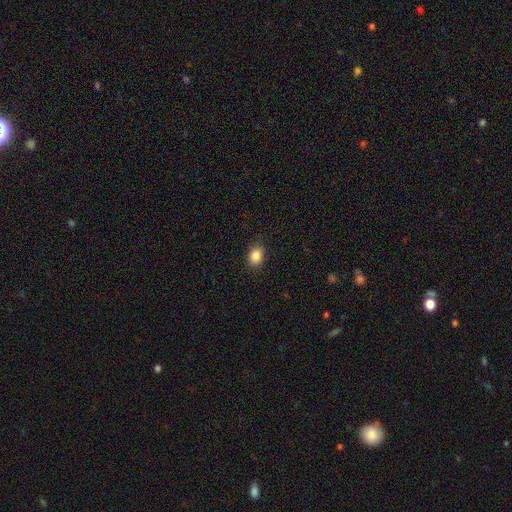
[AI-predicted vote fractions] Q: Smooth or featured?
A: smooth (86%); runner-up: star or artifact (9%)
Q: How rounded?
A: in between (67%); runner-up: round (32%)
Q: Merging?
A: none (86%); runner-up: minor disturbance (10%)